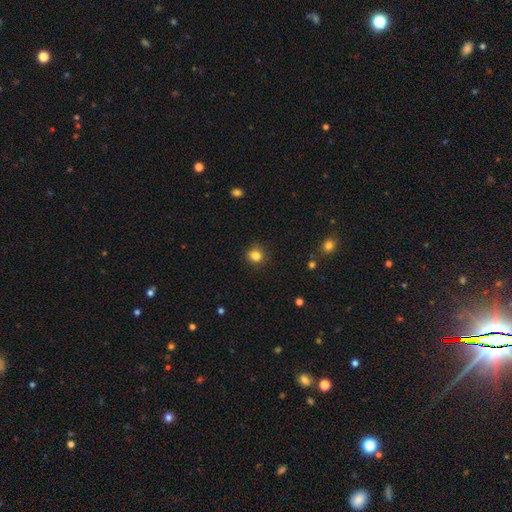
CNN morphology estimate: Q: Smooth or featured?
A: smooth (84%); runner-up: star or artifact (12%)
Q: How rounded?
A: round (87%); runner-up: in between (12%)
Q: Merging?
A: none (87%); runner-up: minor disturbance (9%)